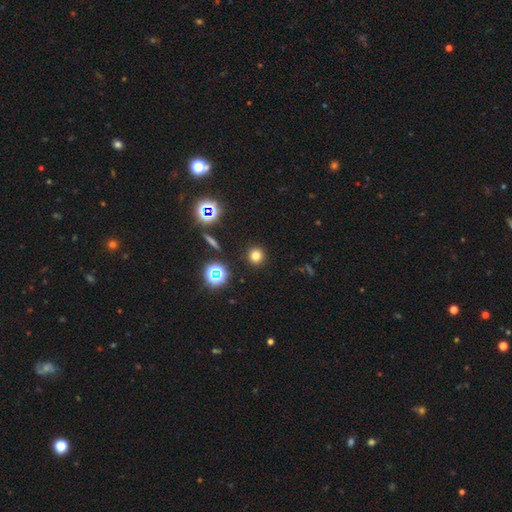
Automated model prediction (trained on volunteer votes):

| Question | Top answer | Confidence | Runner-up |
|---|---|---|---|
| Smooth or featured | smooth | 75% | star or artifact (18%) |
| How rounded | round | 93% | in between (5%) |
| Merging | none | 92% | minor disturbance (5%) |